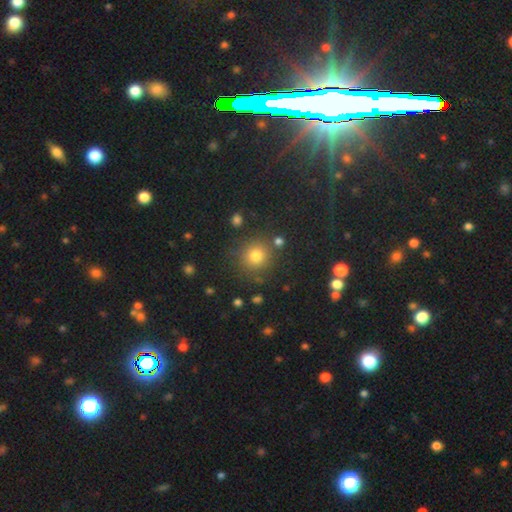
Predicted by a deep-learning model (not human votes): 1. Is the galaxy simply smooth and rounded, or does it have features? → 76% smooth, 18% star or artifact, 7% featured or disk.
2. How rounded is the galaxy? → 92% round, 7% in between, 1% cigar-shaped.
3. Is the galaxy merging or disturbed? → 84% none, 8% minor disturbance, 5% merger, 3% major disturbance.